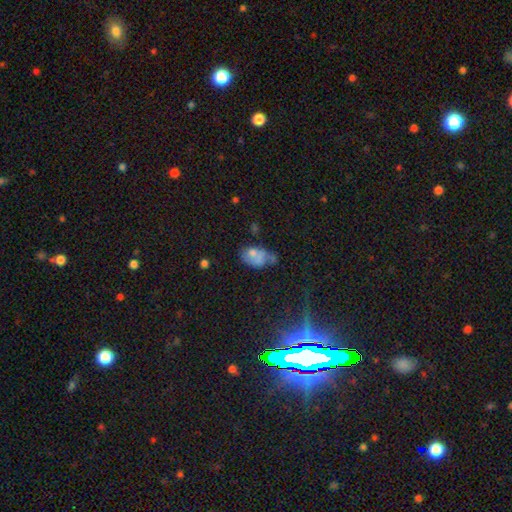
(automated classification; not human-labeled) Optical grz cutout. It shows a smooth galaxy with no disk features (59%) that is in between round and cigar-shaped (82%). Merging: none (30%).